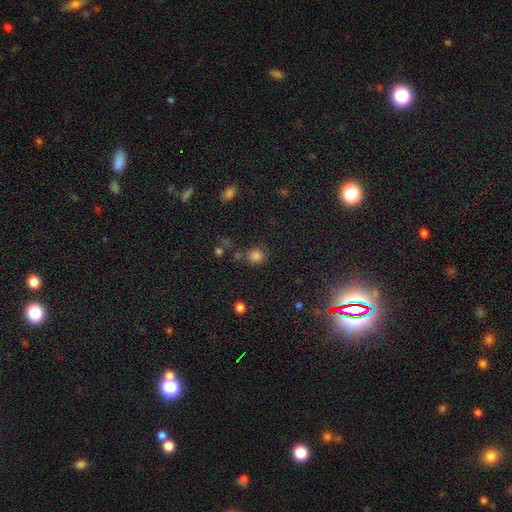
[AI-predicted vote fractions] Smooth or featured: smooth — 79% (star or artifact — 16%)
How rounded: round — 88% (in between — 11%)
Merging: none — 71% (minor disturbance — 13%)